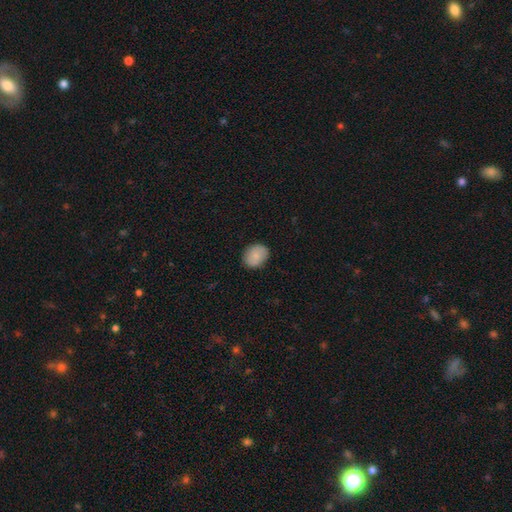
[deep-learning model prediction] Smooth or featured?
  - smooth: 83% *
  - featured or disk: 10%
  - star or artifact: 7%
How rounded?
  - in between: 53% *
  - round: 46%
  - cigar-shaped: 1%
Merging?
  - none: 86% *
  - minor disturbance: 11%
  - major disturbance: 2%
  - merger: 1%